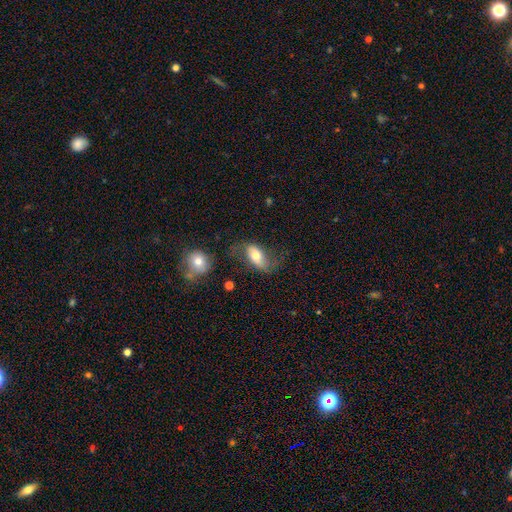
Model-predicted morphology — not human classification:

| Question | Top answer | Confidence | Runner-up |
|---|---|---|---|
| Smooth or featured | smooth | 54% | featured or disk (39%) |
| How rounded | in between | 88% | cigar-shaped (6%) |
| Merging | none | 48% | minor disturbance (25%) |